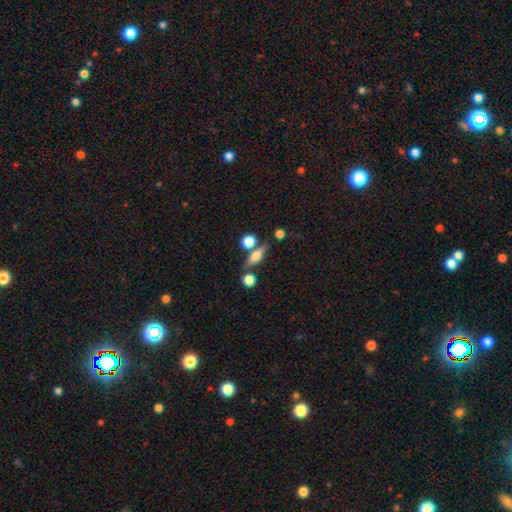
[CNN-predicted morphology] Q: Smooth or featured?
A: featured or disk (50%); runner-up: smooth (39%)
Q: Edge-on disk?
A: yes (91%); runner-up: no (9%)
Q: Merging?
A: none (74%); runner-up: merger (11%)